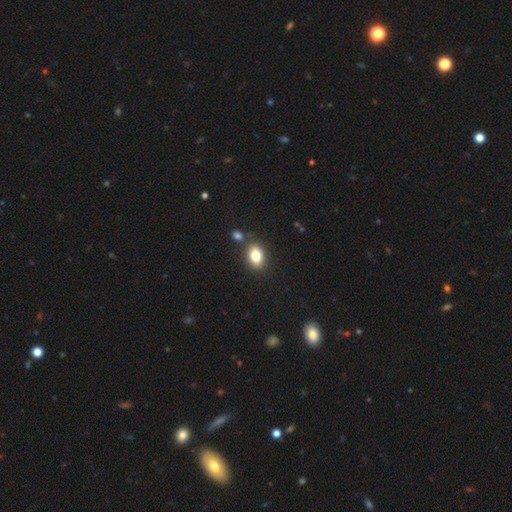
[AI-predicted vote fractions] Smooth or featured? Predicted: smooth (p=0.81). How rounded? Predicted: in between (p=0.82). Merging? Predicted: none (p=0.77).